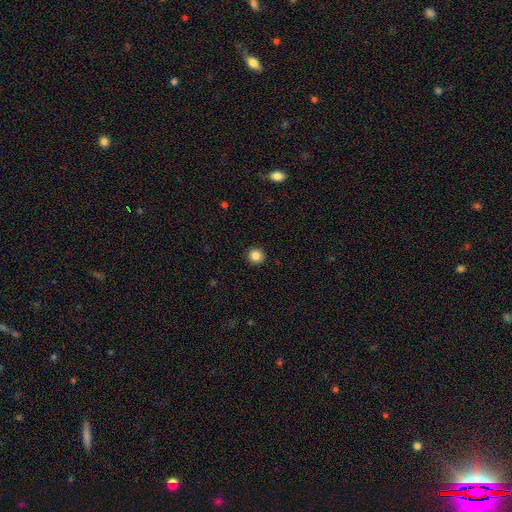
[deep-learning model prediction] Q: Smooth or featured?
A: smooth (85%); runner-up: star or artifact (10%)
Q: How rounded?
A: round (93%); runner-up: in between (6%)
Q: Merging?
A: none (93%); runner-up: minor disturbance (5%)